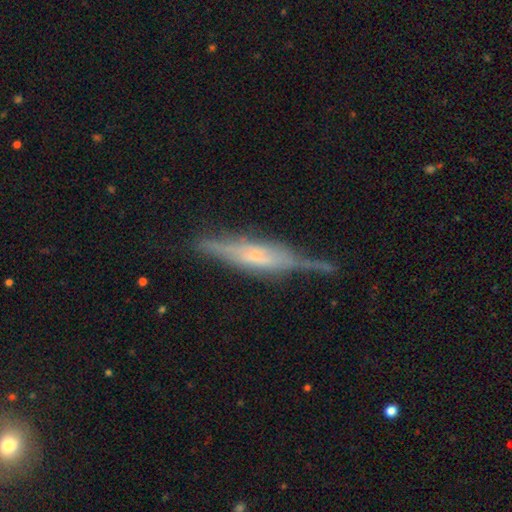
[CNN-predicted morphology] The model was most divided on "edge-on bulge": rounded: 48%, boxy: 32%, none: 20%. More confident: edge-on disk — yes (93%); smooth or featured — featured or disk (71%); merging — none (67%).